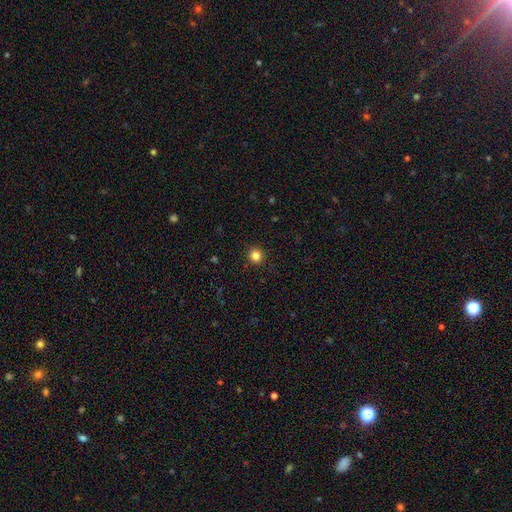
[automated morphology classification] Smooth or featured: smooth — 83% (star or artifact — 12%)
How rounded: round — 91% (in between — 8%)
Merging: none — 92% (minor disturbance — 5%)